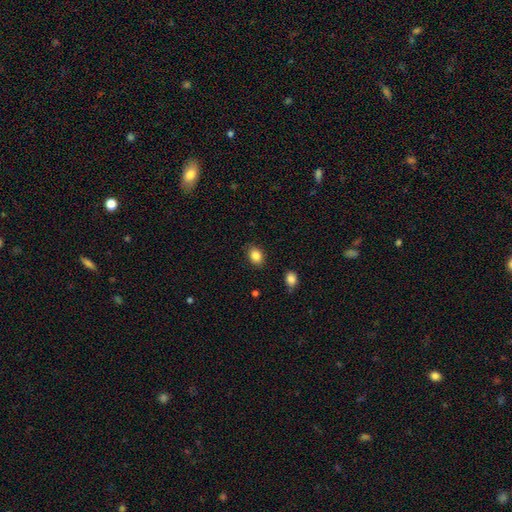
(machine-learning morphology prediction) Smooth or featured: smooth — 86% (star or artifact — 9%)
How rounded: in between — 65% (round — 34%)
Merging: none — 85% (minor disturbance — 11%)